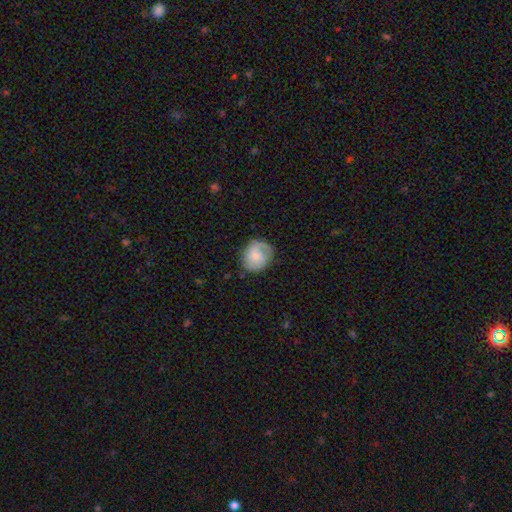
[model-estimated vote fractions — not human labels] smooth-or-featured: smooth: 49% | featured or disk: 44% | star or artifact: 7%
  merging: none: 67% | minor disturbance: 23% | major disturbance: 9% | merger: 2%